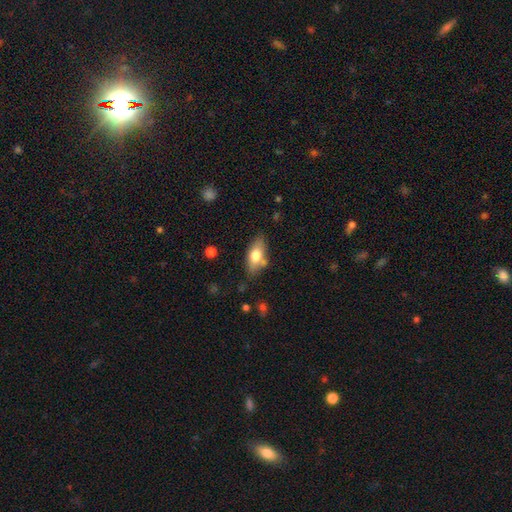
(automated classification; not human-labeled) This appears to be a smooth galaxy with no disk features (70%) that is in between round and cigar-shaped (84%). Merging: none (73%).